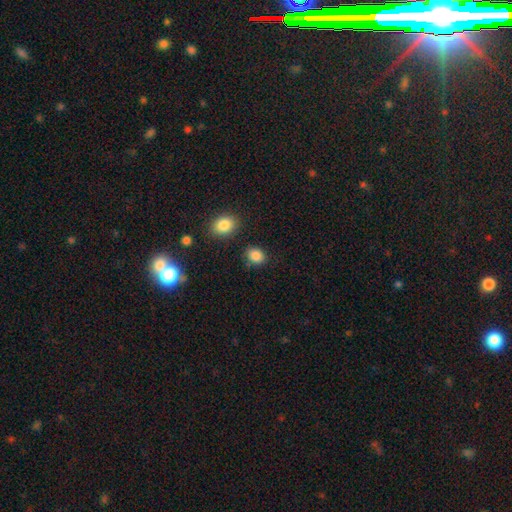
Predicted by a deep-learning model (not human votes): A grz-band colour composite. It shows a smooth galaxy with no disk features (87%) that is round (52%). Merging: none (81%).